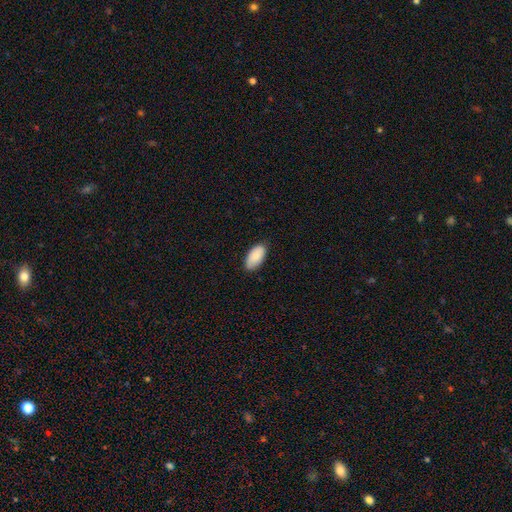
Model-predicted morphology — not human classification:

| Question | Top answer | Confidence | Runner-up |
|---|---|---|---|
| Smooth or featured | smooth | 85% | featured or disk (9%) |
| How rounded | in between | 95% | cigar-shaped (3%) |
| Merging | none | 83% | minor disturbance (14%) |